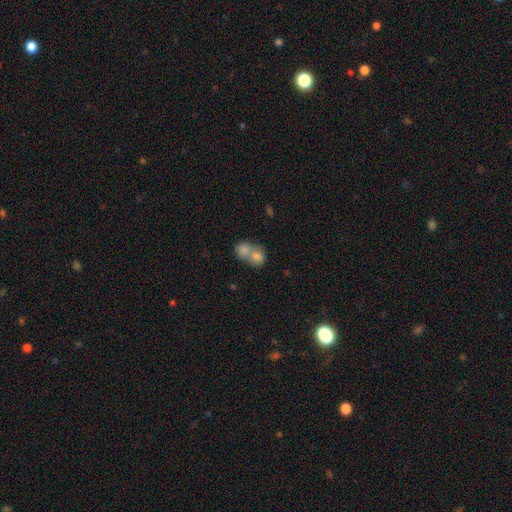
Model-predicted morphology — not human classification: smooth_or_featured: smooth (p=0.78) [alt: featured or disk p=0.14]
how_rounded: round (p=0.52) [alt: in between p=0.47]
merging: merger (p=0.75) [alt: none p=0.18]